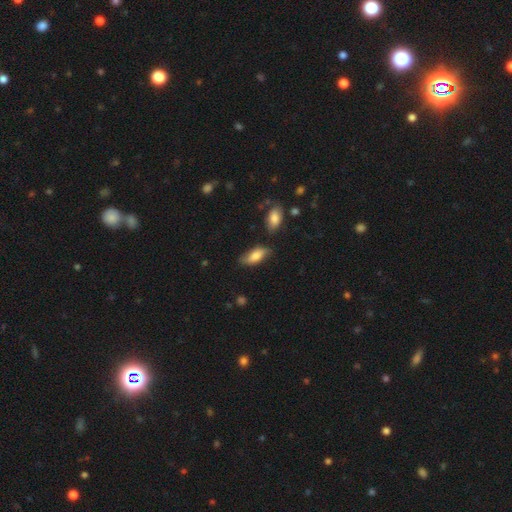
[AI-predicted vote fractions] The model was most divided on "merging": none: 68%, minor disturbance: 23%, major disturbance: 5%, merger: 4%. More confident: how rounded — in between (81%); smooth or featured — smooth (74%).